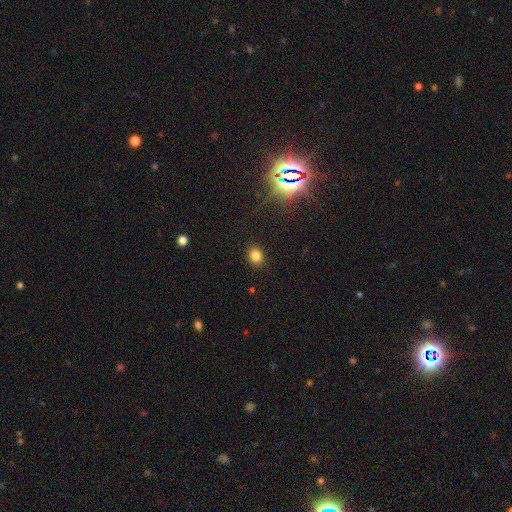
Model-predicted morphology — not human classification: Smooth or featured? smooth (80%)
How rounded? round (62%)
Merging? none (88%)